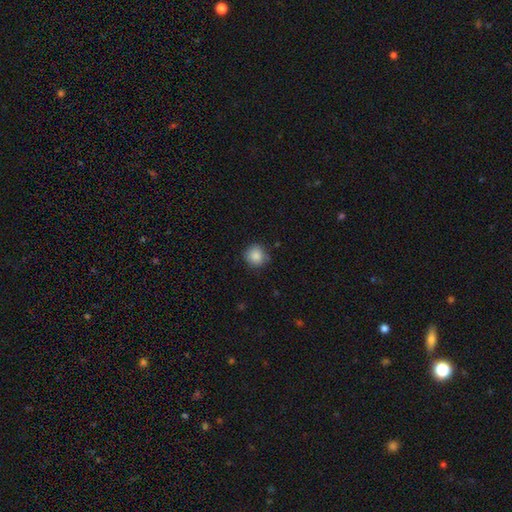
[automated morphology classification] Smooth or featured: smooth — 87% (star or artifact — 9%)
How rounded: round — 92% (in between — 7%)
Merging: none — 82% (minor disturbance — 14%)